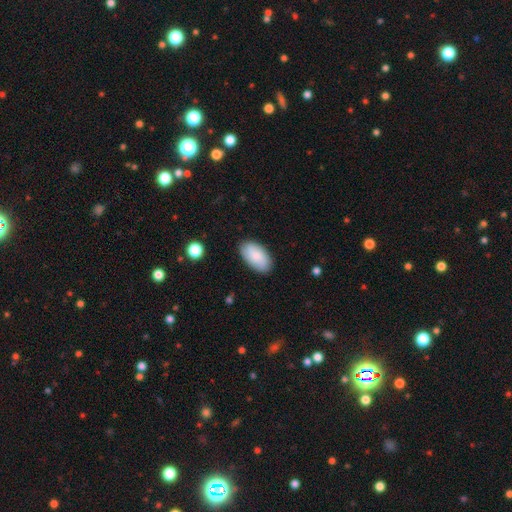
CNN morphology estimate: smooth_or_featured: smooth (p=0.81) [alt: featured or disk p=0.13]
how_rounded: in between (p=0.95) [alt: round p=0.03]
merging: none (p=0.85) [alt: minor disturbance p=0.11]